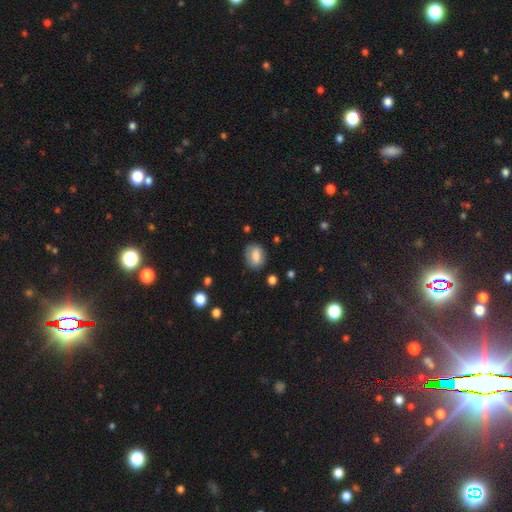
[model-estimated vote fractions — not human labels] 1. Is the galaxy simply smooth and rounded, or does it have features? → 72% smooth, 20% featured or disk, 9% star or artifact.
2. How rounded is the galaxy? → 68% in between, 30% round, 2% cigar-shaped.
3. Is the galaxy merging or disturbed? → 77% none, 17% minor disturbance, 5% major disturbance, 2% merger.